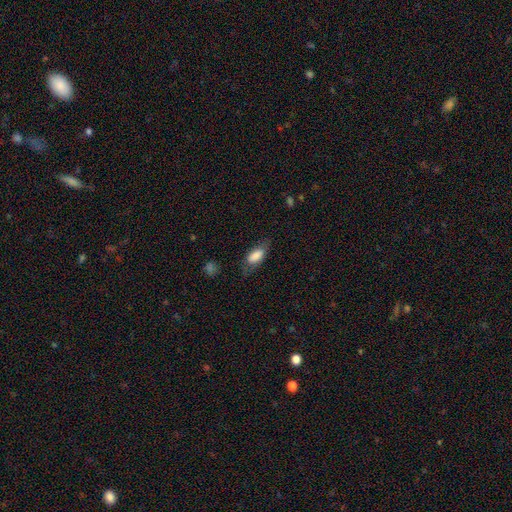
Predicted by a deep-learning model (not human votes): The model was most divided on "merging": none: 61%, minor disturbance: 24%, major disturbance: 13%, merger: 2%. More confident: how rounded — in between (80%); smooth or featured — smooth (76%).